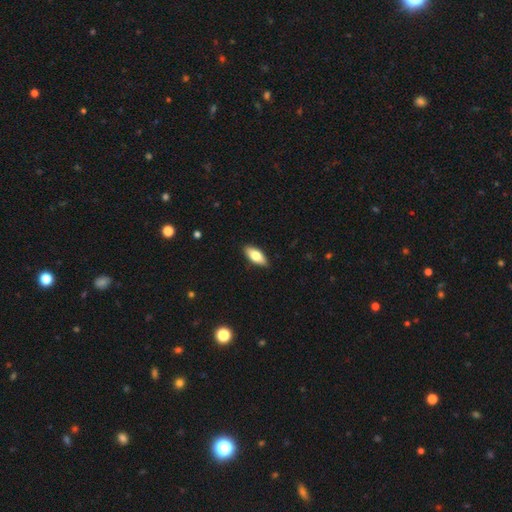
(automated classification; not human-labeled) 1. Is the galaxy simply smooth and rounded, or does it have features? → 74% smooth, 20% featured or disk, 6% star or artifact.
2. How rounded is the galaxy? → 83% in between, 14% cigar-shaped, 2% round.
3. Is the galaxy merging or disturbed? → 89% none, 9% minor disturbance, 2% major disturbance, 1% merger.